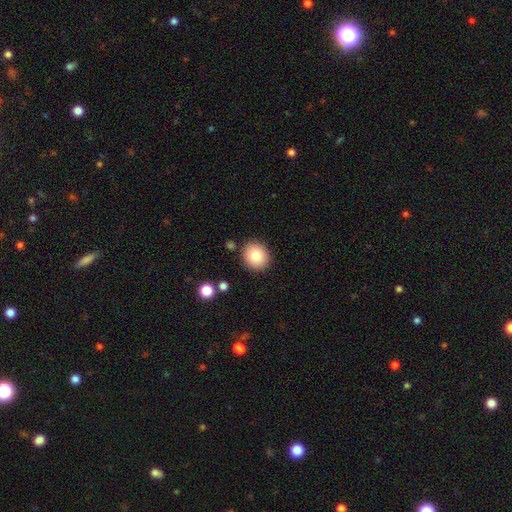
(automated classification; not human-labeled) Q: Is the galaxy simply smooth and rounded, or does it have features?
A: smooth — 81%.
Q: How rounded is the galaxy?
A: round — 82%.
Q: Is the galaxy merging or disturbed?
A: none — 88%.